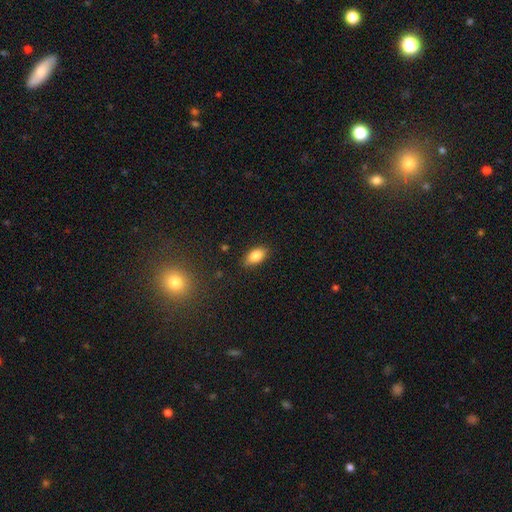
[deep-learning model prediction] This appears to be a smooth galaxy with no disk features (81%) that is in between round and cigar-shaped (89%). Merging: none (85%).